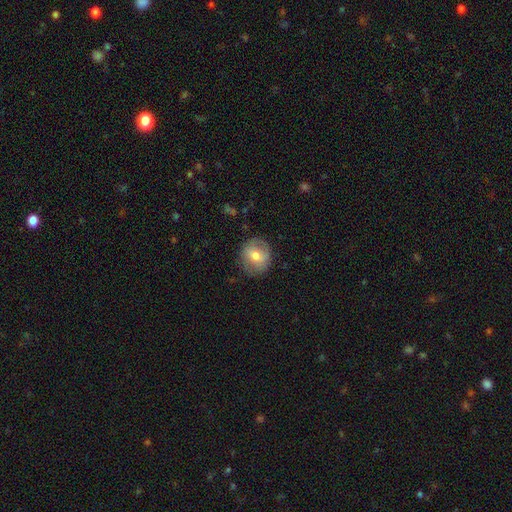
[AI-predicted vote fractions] This appears to be a smooth galaxy with no disk features (59%) that is round (82%). Merging: none (80%).